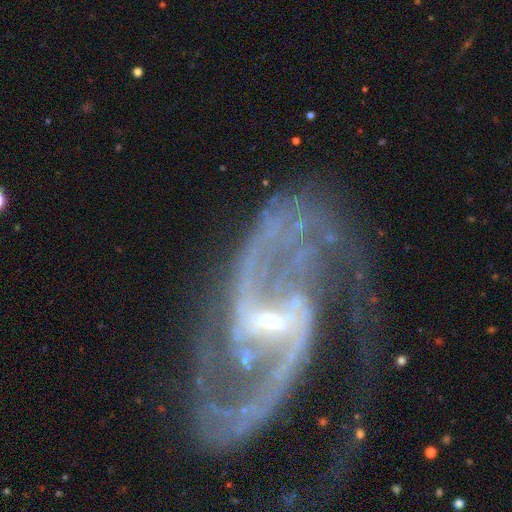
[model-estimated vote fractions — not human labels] smooth-or-featured: featured or disk: 93% | star or artifact: 5% | smooth: 2%
  disk-edge-on: no: 98% | yes: 2%
    bar: weak: 44% | strong: 41% | no: 15%
    has-spiral-arms: yes: 98% | no: 2%
      spiral-winding: loose: 44% (tied) | medium: 44% (tied) | tight: 11%
      spiral-arm-count: 2: 92% | can't tell: 2% | 3: 2% | 1: 1% | 4: 1% | more than 4: 1%
    bulge-size: small: 74% | moderate: 21% | none: 3% | large: 1% | dominant: 1%
  merging: none: 58% | major disturbance: 19% | minor disturbance: 18% | merger: 5%